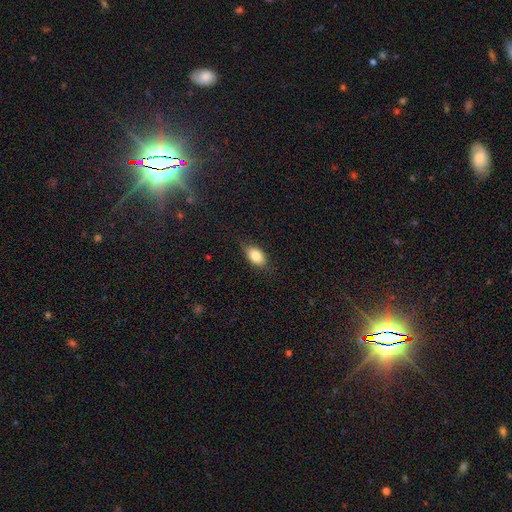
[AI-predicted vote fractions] Smooth or featured: smooth — 82% (featured or disk — 10%)
How rounded: in between — 89% (round — 8%)
Merging: none — 78% (minor disturbance — 17%)